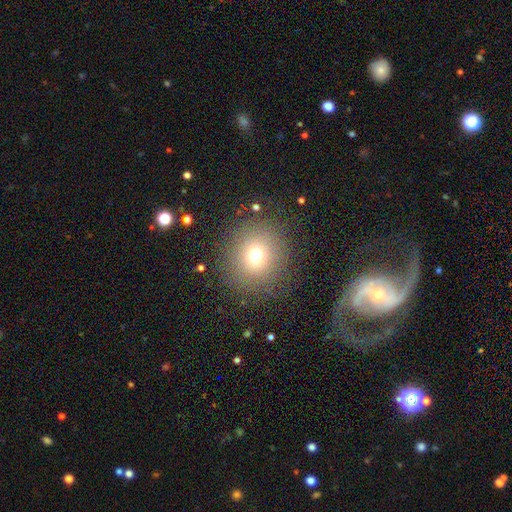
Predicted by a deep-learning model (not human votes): Smooth or featured: smooth — 70% (star or artifact — 19%)
How rounded: round — 91% (in between — 8%)
Merging: none — 86% (minor disturbance — 8%)